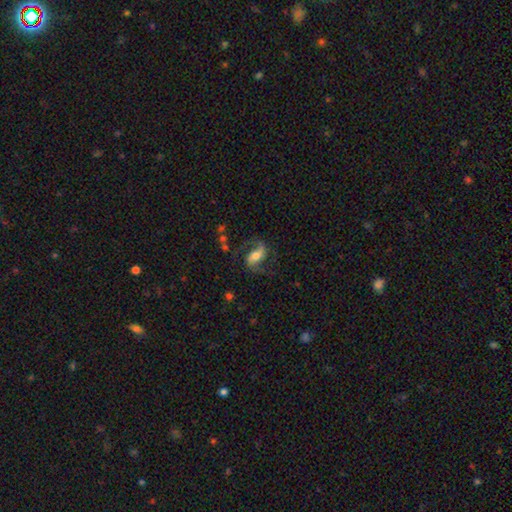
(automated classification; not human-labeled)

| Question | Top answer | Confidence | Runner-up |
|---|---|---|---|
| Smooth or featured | featured or disk | 75% | smooth (18%) |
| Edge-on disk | no | 96% | yes (4%) |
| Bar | strong | 39% | weak (36%) |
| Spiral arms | yes | 93% | no (7%) |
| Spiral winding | loose | 45% | tied: medium (45%) |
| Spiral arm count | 2 | 90% | 1 (4%) |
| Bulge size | moderate | 58% | small (21%) |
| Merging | none | 68% | minor disturbance (16%) |